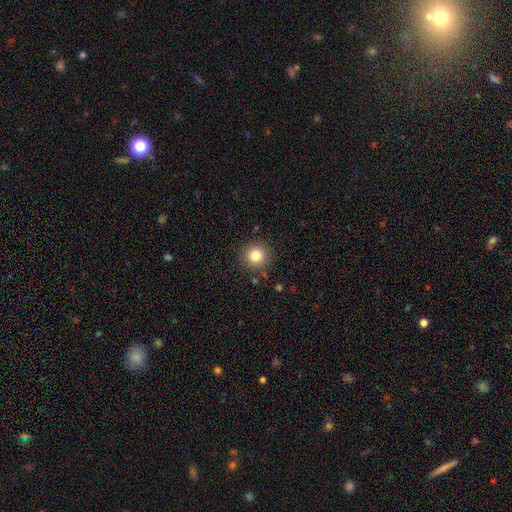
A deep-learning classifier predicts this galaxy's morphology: A smooth galaxy with no disk features (82%) that is round (94%). Merging: none (89%).